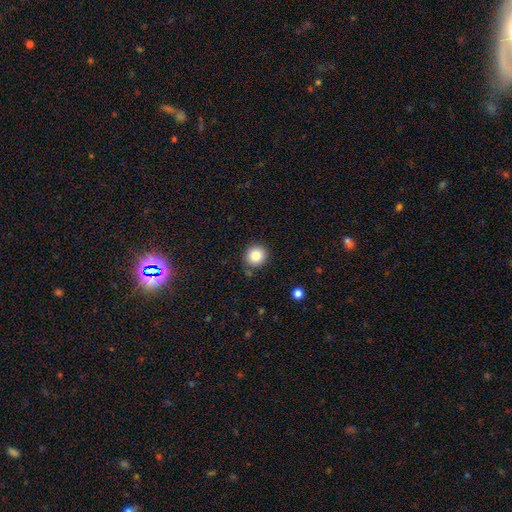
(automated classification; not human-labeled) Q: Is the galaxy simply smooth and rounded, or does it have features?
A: smooth — 84%.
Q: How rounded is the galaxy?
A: round — 90%.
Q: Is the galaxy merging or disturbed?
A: none — 84%.